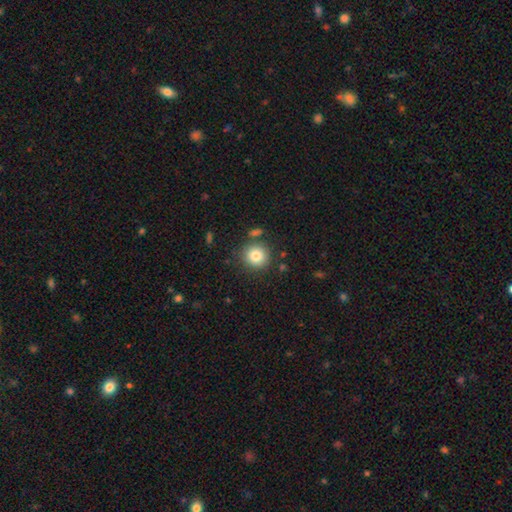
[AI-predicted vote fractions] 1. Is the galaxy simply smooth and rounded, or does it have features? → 83% smooth, 10% star or artifact, 7% featured or disk.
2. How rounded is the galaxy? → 92% round, 7% in between, 1% cigar-shaped.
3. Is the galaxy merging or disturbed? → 81% none, 9% minor disturbance, 6% merger, 3% major disturbance.